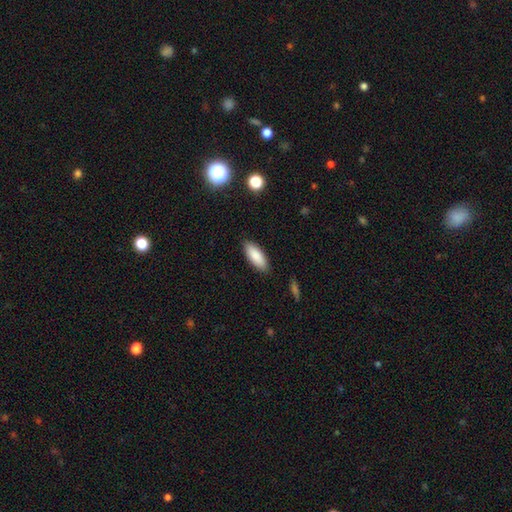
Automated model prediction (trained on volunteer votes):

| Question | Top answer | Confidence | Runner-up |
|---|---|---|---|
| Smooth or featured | smooth | 87% | featured or disk (6%) |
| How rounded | in between | 72% | cigar-shaped (26%) |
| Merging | none | 88% | minor disturbance (9%) |